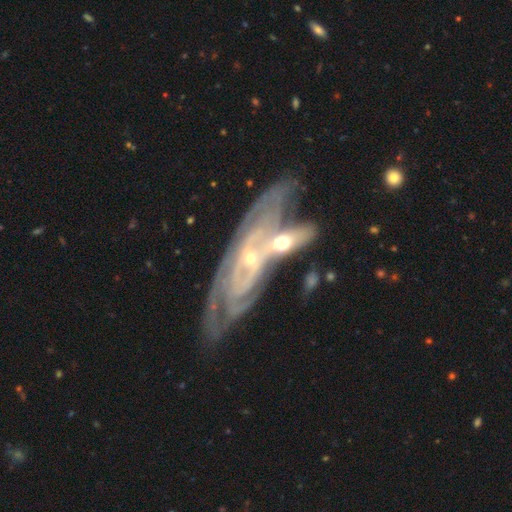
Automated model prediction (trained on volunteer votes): A featured or disk galaxy (88%) with no bar (59%), tight (73%) spiral arms (94%) and a small central bulge (73%).

Vote fractions:
- Smooth or featured? featured or disk: 88% / smooth: 7% / star or artifact: 6%
- Edge-on disk? no: 87% / yes: 13%
- Bar? no: 59% / weak: 28% / strong: 13%
- Spiral arms? yes: 94% / no: 6%
- Spiral winding? tight: 73% / medium: 21% / loose: 5%
- Spiral arm count? can't tell: 41% / 2: 26% / 3: 14% / 4: 8% / more than 4: 6% / 1: 5%
- Bulge size? small: 73% / moderate: 23% / none: 2% / large: 1% / dominant: 1%
- Merging? merger: 40% / none: 39% / minor disturbance: 14% / major disturbance: 7%